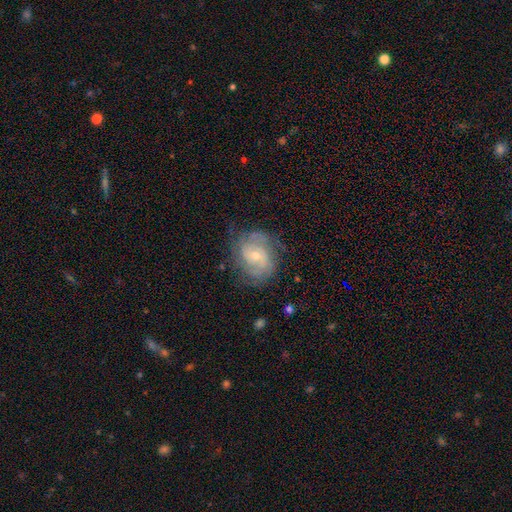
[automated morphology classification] The model was most divided on "spiral winding": tight: 48%, medium: 38%, loose: 14%. Remaining: edge-on disk — no (97%); spiral arms — yes (89%); smooth or featured — featured or disk (75%); merging — none (69%); bar — no (63%); bulge size — small (58%); spiral arm count — 2 (45%).